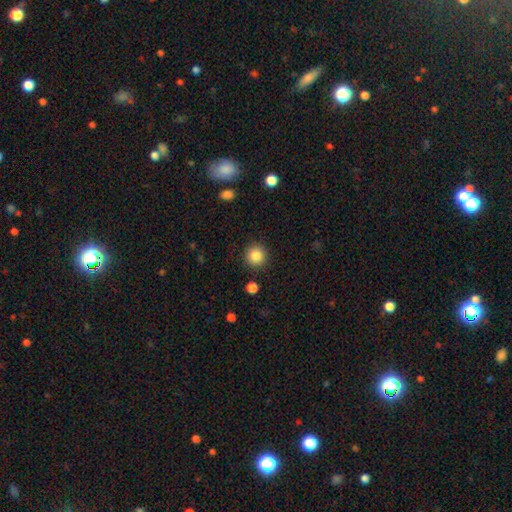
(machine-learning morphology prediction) A smooth galaxy with no disk features (85%) that is round (94%). Merging: none (91%).